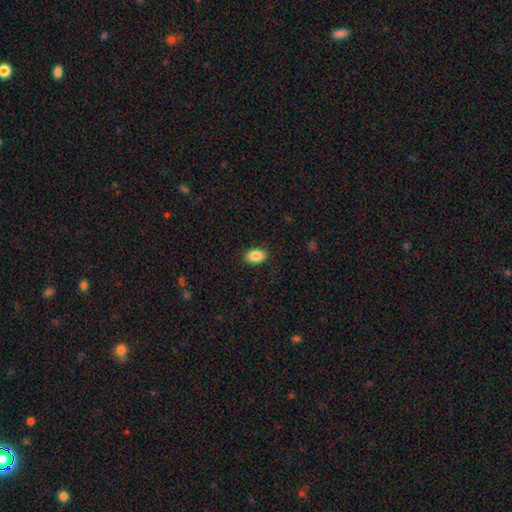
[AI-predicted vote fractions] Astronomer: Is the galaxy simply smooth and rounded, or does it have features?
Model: smooth — 88%.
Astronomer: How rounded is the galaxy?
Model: in between — 91%.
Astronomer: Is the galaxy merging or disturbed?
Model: none — 88%.